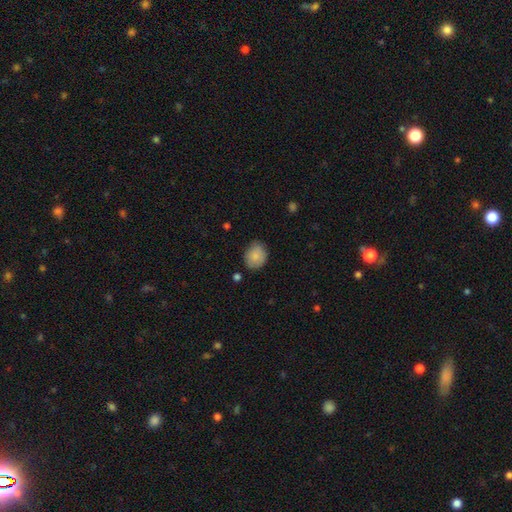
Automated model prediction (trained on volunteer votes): A smooth galaxy with no disk features (86%) that is round (50%). Merging: none (72%).